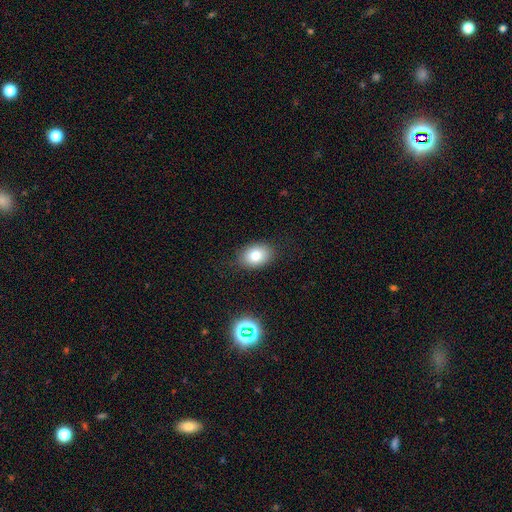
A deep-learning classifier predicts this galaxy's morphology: Smooth or featured?
  - smooth: 78% *
  - featured or disk: 11%
  - star or artifact: 11%
How rounded?
  - in between: 72% *
  - round: 27%
  - cigar-shaped: 1%
Merging?
  - none: 84% *
  - minor disturbance: 11%
  - major disturbance: 3%
  - merger: 1%